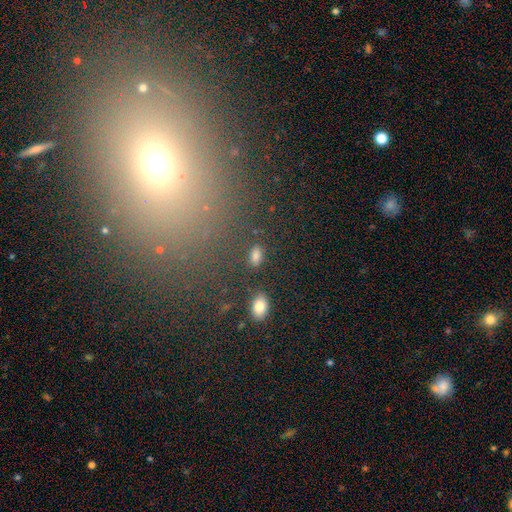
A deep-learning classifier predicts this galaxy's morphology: Smooth or featured? smooth (83%)
How rounded? in between (90%)
Merging? none (84%)